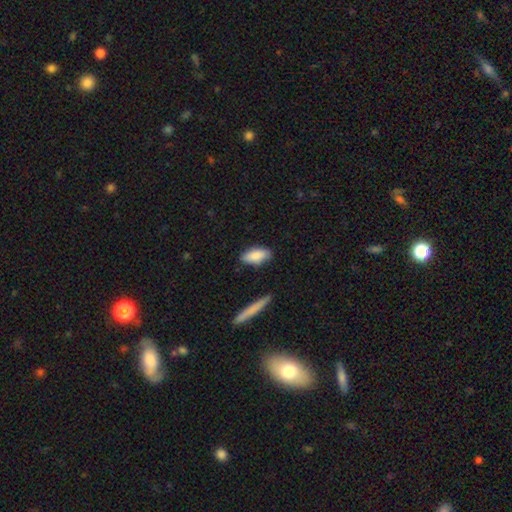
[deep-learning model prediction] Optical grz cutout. It shows a smooth galaxy with no disk features (86%) that is in between round and cigar-shaped (85%). Merging: none (83%).